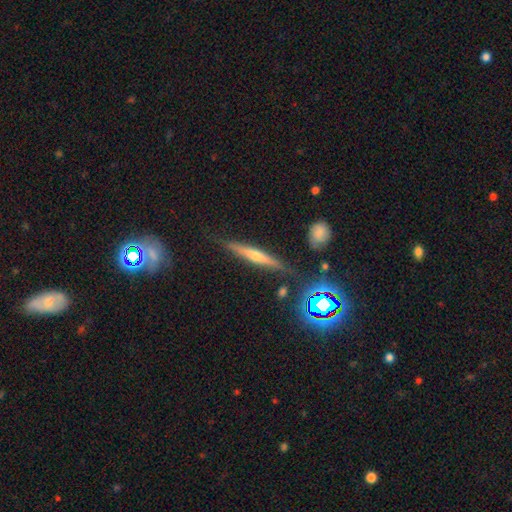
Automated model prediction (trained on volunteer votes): Overall: featured or disk (59%; smooth 26%). Edge-on disk: yes (95%). Edge-on bulge: rounded (72%). Merging: none (84%).